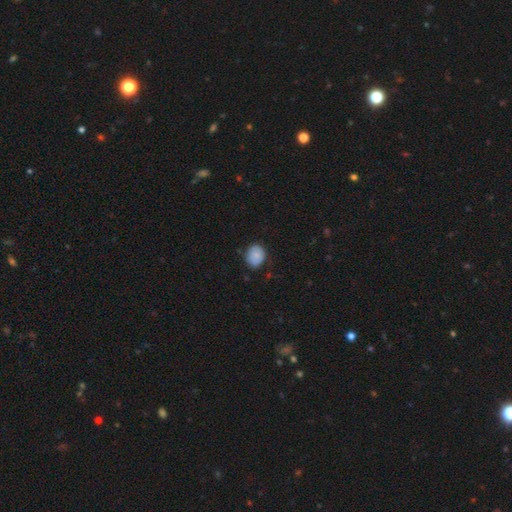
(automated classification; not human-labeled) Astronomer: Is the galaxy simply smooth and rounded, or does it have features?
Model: smooth — 82%.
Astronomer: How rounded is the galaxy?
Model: round — 59% (runner-up: in between, 40%).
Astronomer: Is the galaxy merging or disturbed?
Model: none — 77%.